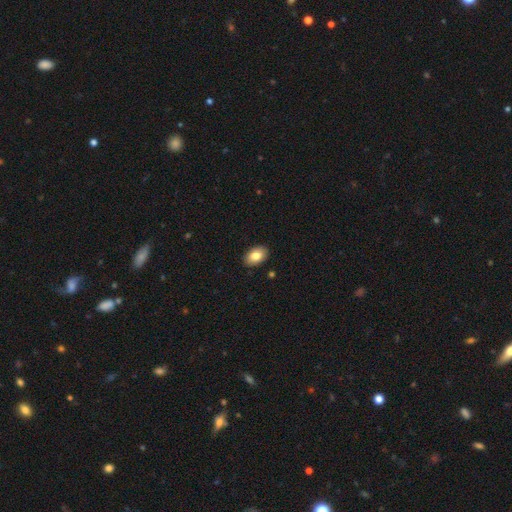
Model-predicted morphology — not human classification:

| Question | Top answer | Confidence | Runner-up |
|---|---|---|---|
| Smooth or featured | smooth | 83% | featured or disk (10%) |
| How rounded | in between | 89% | round (10%) |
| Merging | none | 90% | minor disturbance (8%) |